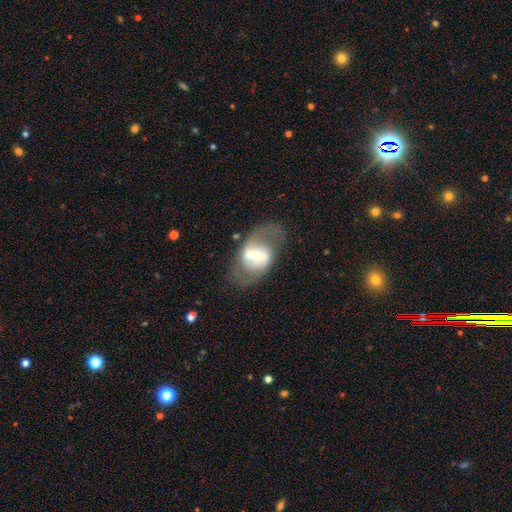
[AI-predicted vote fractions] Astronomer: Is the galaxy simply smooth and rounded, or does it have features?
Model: featured or disk — 72%.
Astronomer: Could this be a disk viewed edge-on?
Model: no — 94%.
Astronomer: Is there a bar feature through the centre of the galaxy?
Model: weak — 39% (runner-up: strong, 38%).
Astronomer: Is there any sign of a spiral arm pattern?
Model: yes — 73%.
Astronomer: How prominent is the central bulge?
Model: moderate — 44% (runner-up: small, 43%).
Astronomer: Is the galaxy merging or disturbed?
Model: none — 64%.